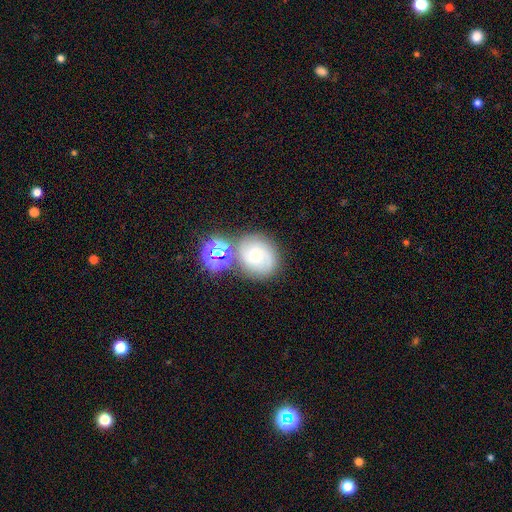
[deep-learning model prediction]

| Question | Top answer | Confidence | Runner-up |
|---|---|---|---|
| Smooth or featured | featured or disk | 51% | smooth (32%) |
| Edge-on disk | no | 97% | yes (3%) |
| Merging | none | 65% | merger (15%) |